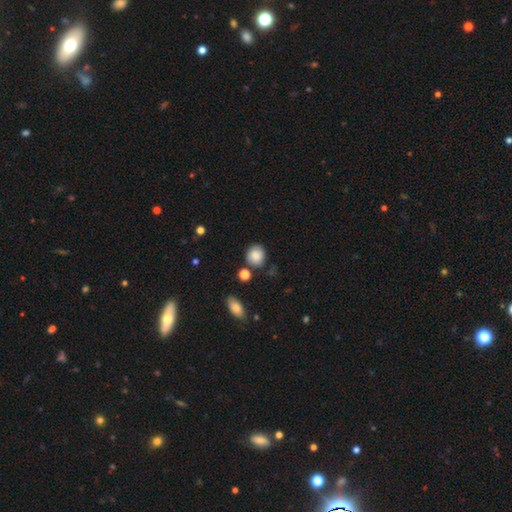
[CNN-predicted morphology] This appears to be a smooth galaxy with no disk features (85%) that is round (79%). Merging: none (77%).